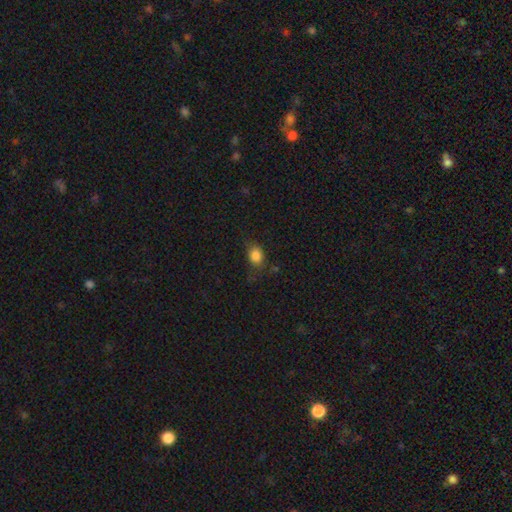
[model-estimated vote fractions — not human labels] A smooth galaxy with no disk features (83%) that is in between round and cigar-shaped (60%).

Vote fractions:
- Smooth or featured? smooth: 83% / star or artifact: 11% / featured or disk: 6%
- How rounded? in between: 60% / round: 39% / cigar-shaped: 2%
- Merging? none: 64% / minor disturbance: 24% / major disturbance: 10% / merger: 2%